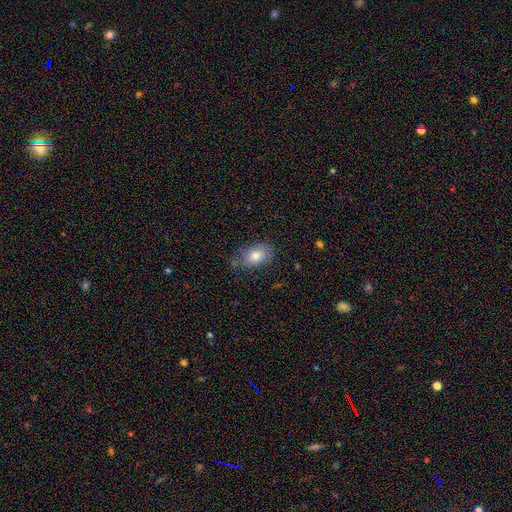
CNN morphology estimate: Overall: smooth (78%). How rounded: in between (85%). Merging: none (67%).